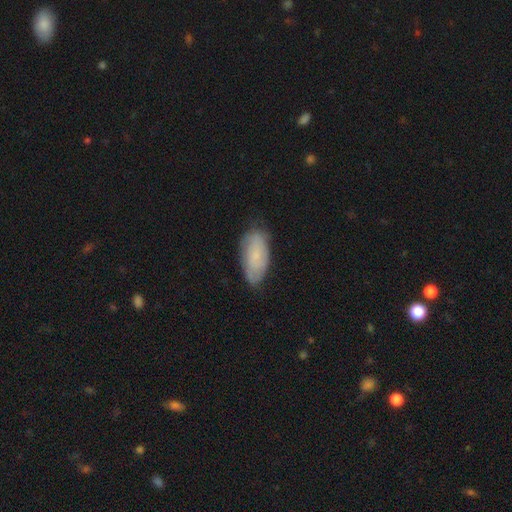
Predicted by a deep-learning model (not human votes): A smooth galaxy with no disk features (56%) that is in between round and cigar-shaped (90%). Merging: none (73%).